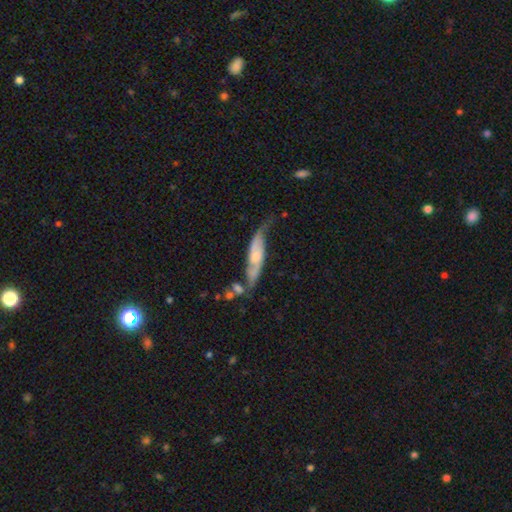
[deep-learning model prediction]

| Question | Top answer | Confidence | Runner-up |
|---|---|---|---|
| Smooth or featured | featured or disk | 65% | smooth (29%) |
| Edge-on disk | no | 67% | yes (33%) |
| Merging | none | 42% | minor disturbance (29%) |